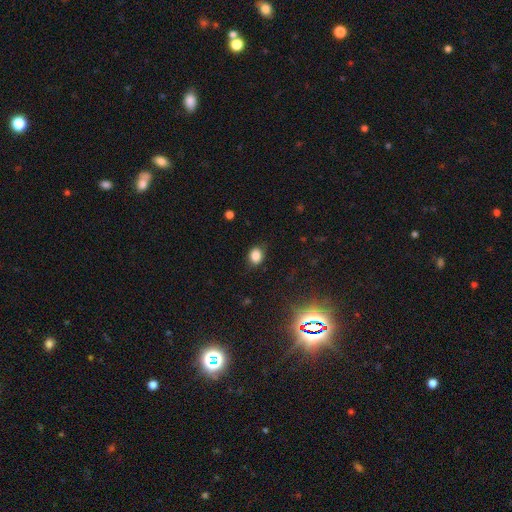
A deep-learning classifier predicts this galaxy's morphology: Smooth or featured? smooth (83%)
How rounded? in between (53%)
Merging? none (80%)